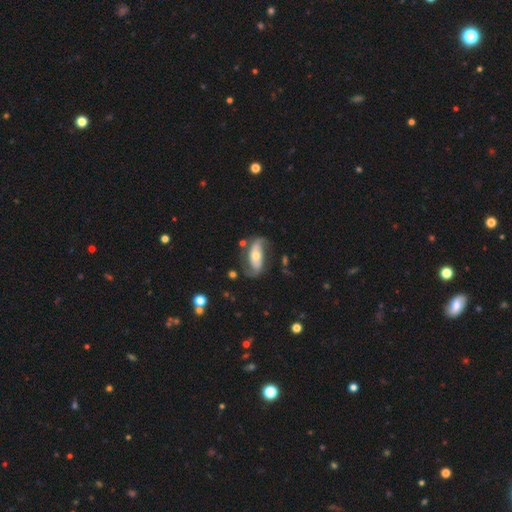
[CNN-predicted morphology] featured or disk 75%, smooth 20%, star or artifact 6%. Down the decision tree: edge-on disk — no (92%); bar — no (49%); spiral arms — yes (89%); spiral arm count — 2 (86%); spiral winding — loose (49%); bulge size — moderate (54%); merging — none (62%).